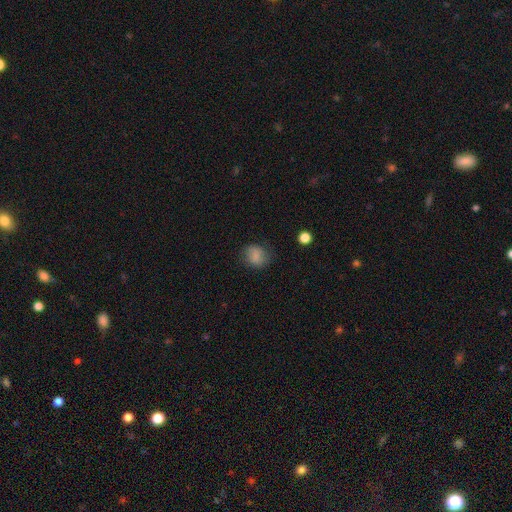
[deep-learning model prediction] Morphology: type=smooth (82%); roundness=round (60%); merging=none (75%).